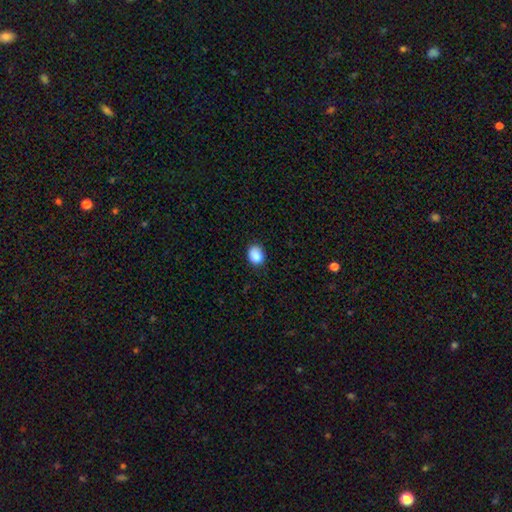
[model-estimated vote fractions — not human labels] A smooth galaxy with no disk features (88%) that is in between round and cigar-shaped (59%).

Vote fractions:
- Smooth or featured? smooth: 88% / star or artifact: 9% / featured or disk: 4%
- How rounded? in between: 59% / round: 40% / cigar-shaped: 1%
- Merging? none: 78% / minor disturbance: 18% / major disturbance: 3% / merger: 1%